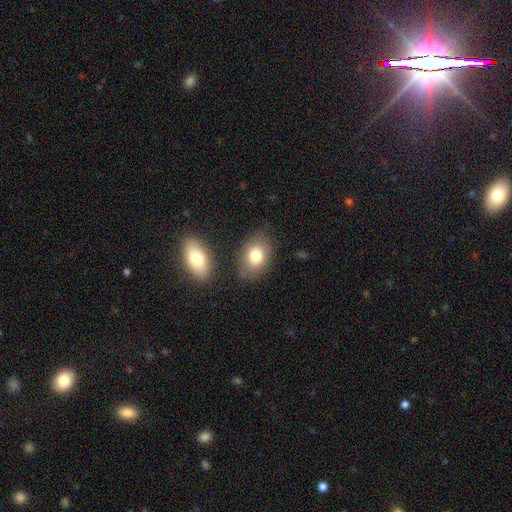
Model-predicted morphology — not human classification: Overall: smooth (79%). How rounded: in between (80%). Merging: none (75%).